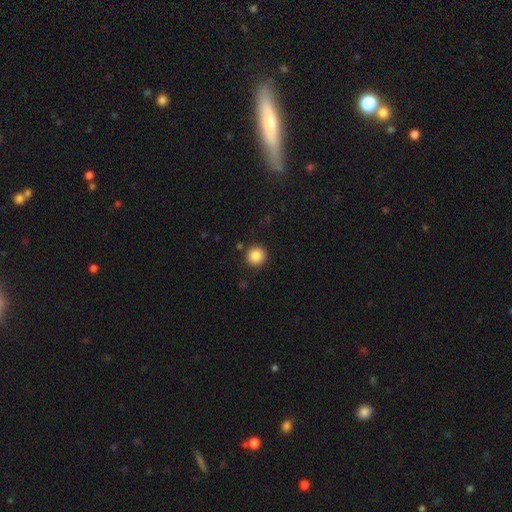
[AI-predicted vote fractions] This appears to be a smooth galaxy with no disk features (85%) that is round (95%). Merging: none (90%).